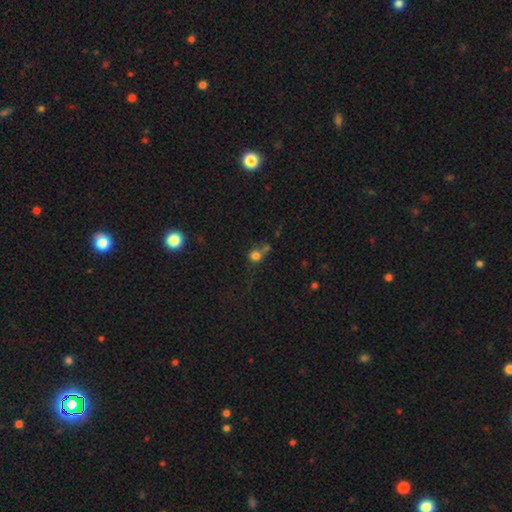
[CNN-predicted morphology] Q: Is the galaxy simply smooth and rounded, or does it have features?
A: smooth — 73%.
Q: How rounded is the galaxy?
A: round — 81%.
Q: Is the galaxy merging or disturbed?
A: none — 42%.